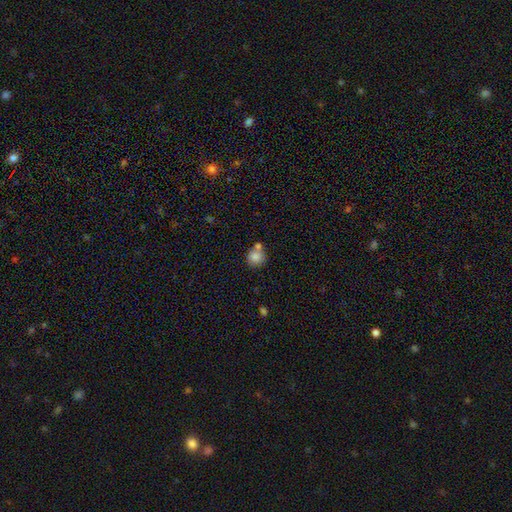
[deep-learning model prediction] Q: Smooth or featured?
A: smooth (82%); runner-up: featured or disk (9%)
Q: How rounded?
A: round (88%); runner-up: in between (11%)
Q: Merging?
A: none (58%); runner-up: merger (27%)